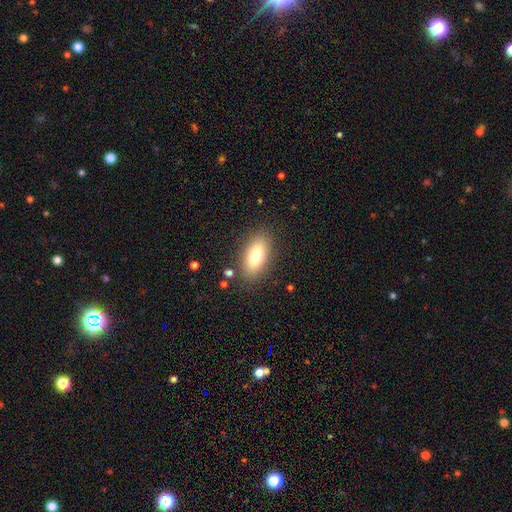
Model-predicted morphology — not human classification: Smooth or featured?
  - smooth: 74% *
  - featured or disk: 18%
  - star or artifact: 8%
How rounded?
  - in between: 87% *
  - cigar-shaped: 9%
  - round: 3%
Merging?
  - none: 85% *
  - minor disturbance: 10%
  - major disturbance: 3%
  - merger: 2%